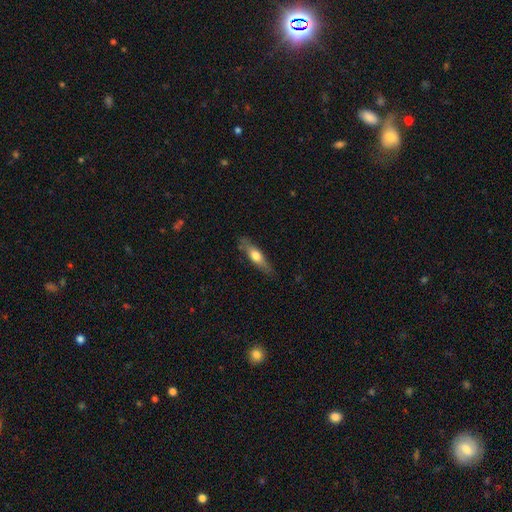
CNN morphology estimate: Smooth or featured? Predicted: smooth (p=0.54). How rounded? Predicted: cigar-shaped (p=0.68). Merging? Predicted: none (p=0.81).